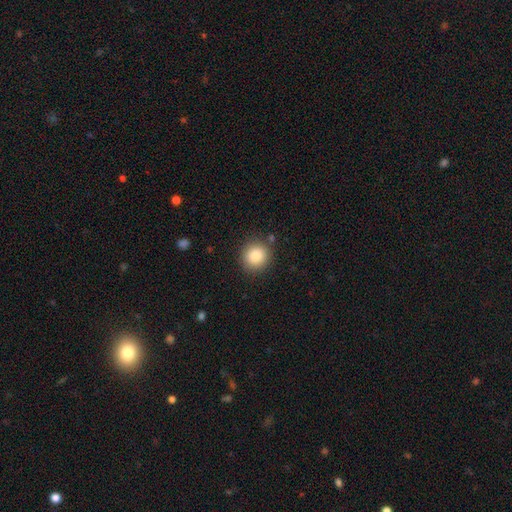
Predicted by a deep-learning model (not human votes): A smooth galaxy with no disk features (85%) that is round (91%).

Vote fractions:
- Smooth or featured? smooth: 85% / star or artifact: 9% / featured or disk: 6%
- How rounded? round: 91% / in between: 8% / cigar-shaped: 1%
- Merging? none: 88% / minor disturbance: 8% / major disturbance: 2% / merger: 2%